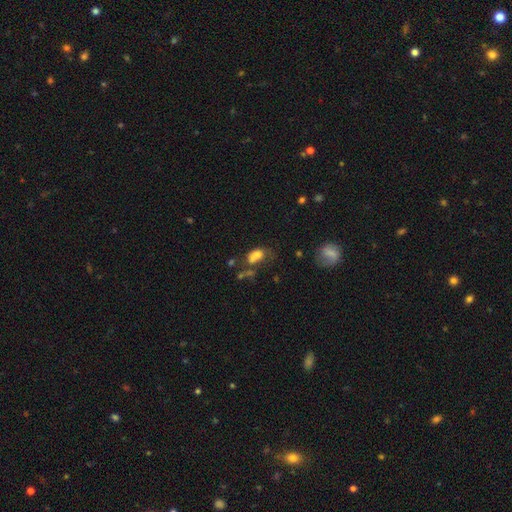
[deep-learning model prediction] This appears to be a smooth galaxy with no disk features (68%) that is in between round and cigar-shaped (83%). Merging: major disturbance (28%, tied with none).